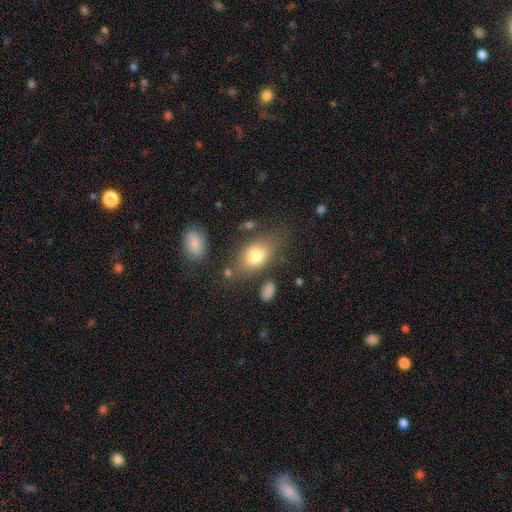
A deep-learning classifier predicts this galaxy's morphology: Q: Smooth or featured?
A: smooth (76%); runner-up: featured or disk (15%)
Q: How rounded?
A: in between (80%); runner-up: round (17%)
Q: Merging?
A: none (66%); runner-up: minor disturbance (19%)